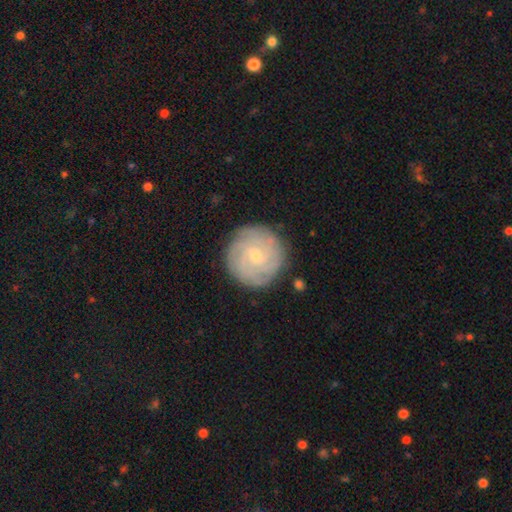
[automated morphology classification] This is likely a featured or disk galaxy (71%). It is clearly not viewed edge-on (98%). Bar: likely no (65%). Spiral arm pattern: clearly yes (93%). Spiral arm count: marginally can't tell (37%). Spiral winding: likely tight (77%). Central bulge: likely small (77%). Merging: clearly none (87%).